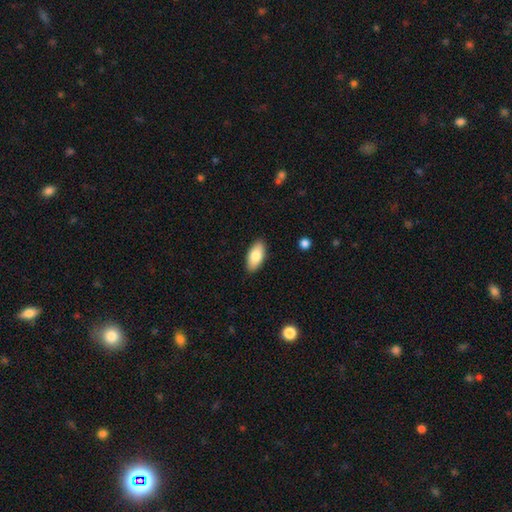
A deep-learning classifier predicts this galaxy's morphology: This is clearly a smooth galaxy (82%). How rounded: clearly in between (90%). Merging: clearly none (89%).